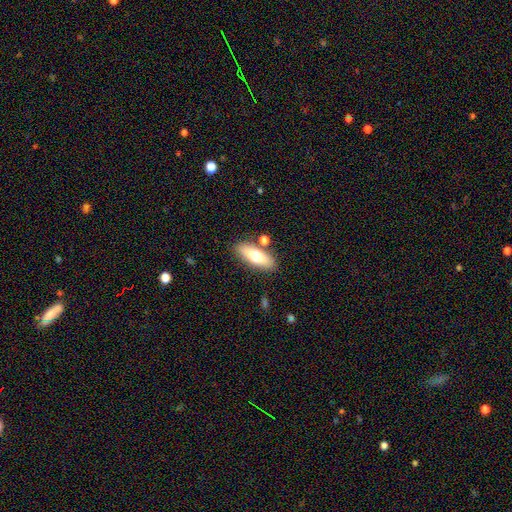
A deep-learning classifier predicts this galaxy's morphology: smooth_or_featured: smooth (p=0.65) [alt: featured or disk p=0.28]
how_rounded: in between (p=0.65) [alt: cigar-shaped p=0.31]
merging: none (p=0.80) [alt: minor disturbance p=0.10]